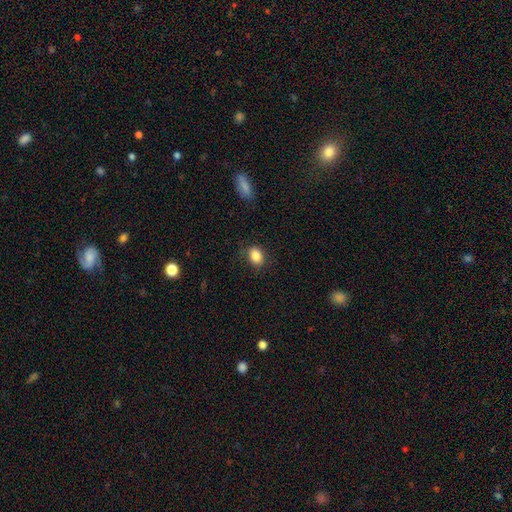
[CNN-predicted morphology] A smooth galaxy with no disk features (86%) that is in between round and cigar-shaped (68%). Merging: none (82%).